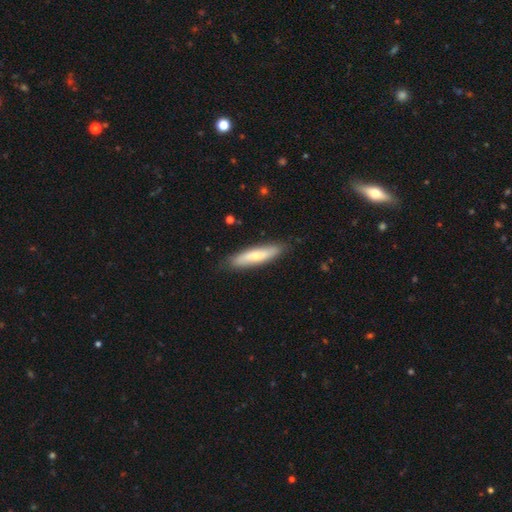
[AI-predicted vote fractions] The model was most divided on "smooth or featured": smooth: 64%, featured or disk: 31%, star or artifact: 5%. More confident: merging — none (83%); how rounded — cigar-shaped (74%).